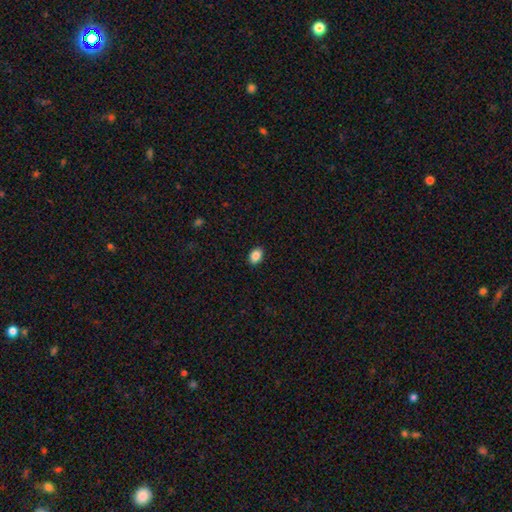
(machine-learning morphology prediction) smooth 88%, star or artifact 8%, featured or disk 4%. Down the decision tree: how rounded — in between (80%); merging — none (90%).